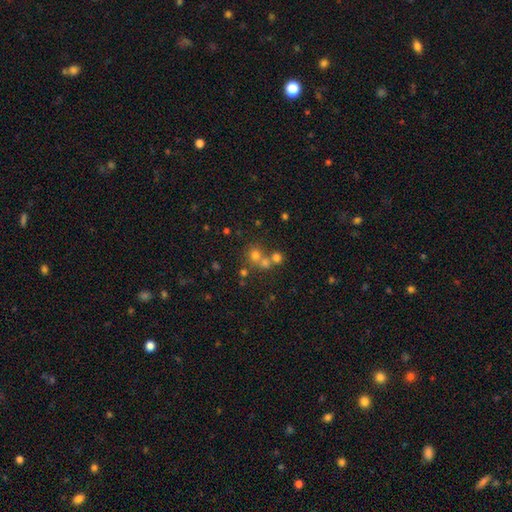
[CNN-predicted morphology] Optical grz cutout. It shows a smooth galaxy with no disk features (60%) that is round (86%). Merging: none (51%).